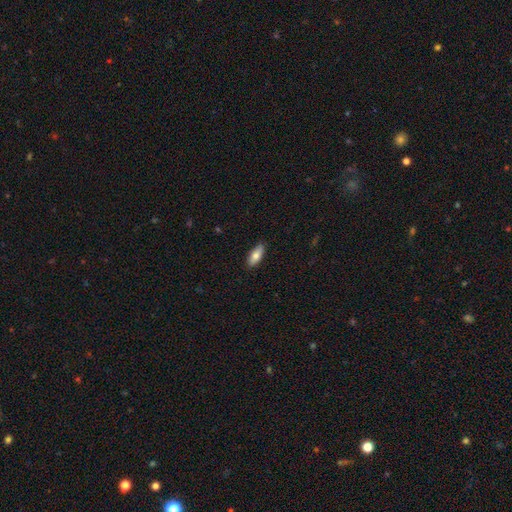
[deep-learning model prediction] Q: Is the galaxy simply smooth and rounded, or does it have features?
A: smooth — 76%.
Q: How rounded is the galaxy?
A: in between — 75%.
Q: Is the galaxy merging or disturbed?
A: none — 88%.